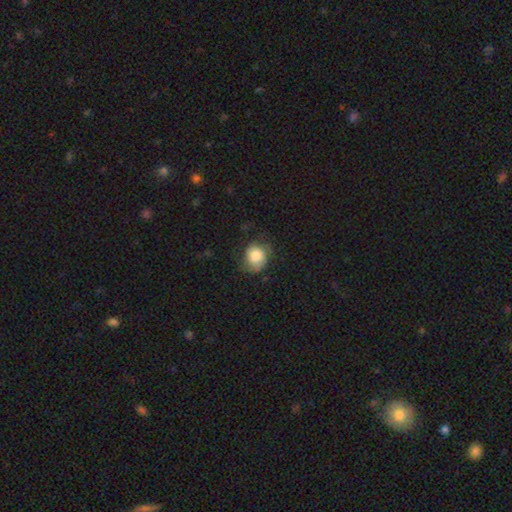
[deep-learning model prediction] Smooth or featured?
  - smooth: 76% *
  - featured or disk: 16%
  - star or artifact: 8%
How rounded?
  - round: 68% *
  - in between: 31%
  - cigar-shaped: 1%
Merging?
  - none: 59% *
  - minor disturbance: 28%
  - major disturbance: 12%
  - merger: 1%